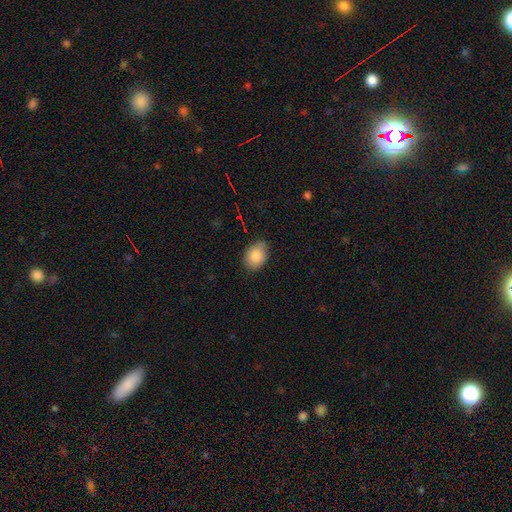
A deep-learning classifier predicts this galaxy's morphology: This is clearly a smooth galaxy (85%). How rounded: likely in between (74%). Merging: clearly none (80%).